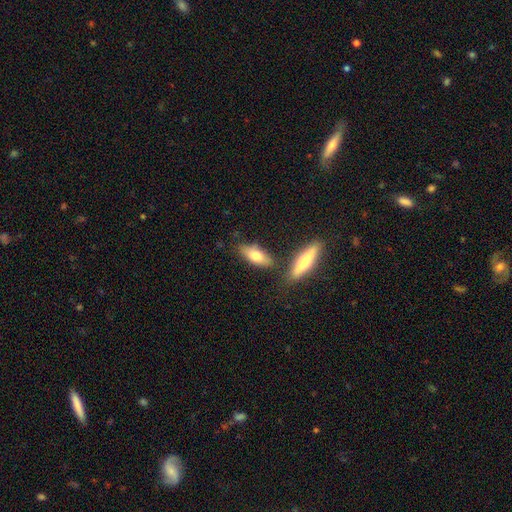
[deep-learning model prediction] Morphology: type=smooth (71%); roundness=in between (68%); merging=none (69%).